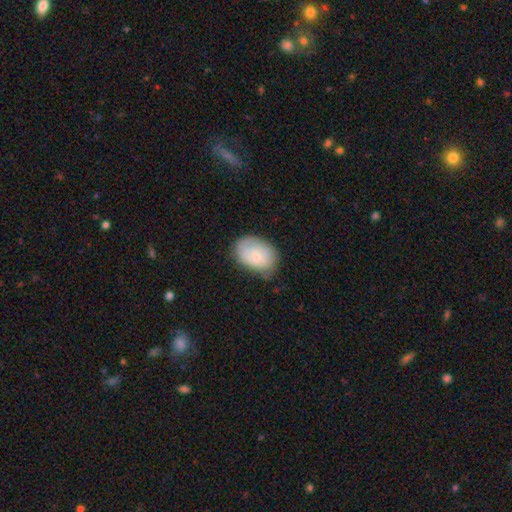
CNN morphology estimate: A smooth galaxy with no disk features (68%) that is in between round and cigar-shaped (79%). Merging: none (68%).